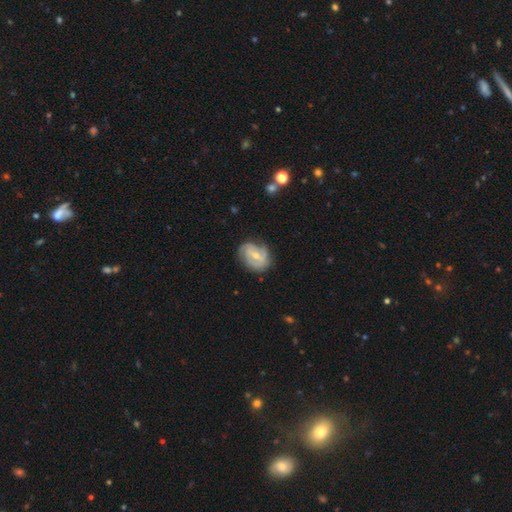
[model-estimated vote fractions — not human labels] Smooth or featured? Predicted: featured or disk (p=0.77). Edge-on disk? Predicted: no (p=0.97). Bar? Predicted: weak (p=0.50). Spiral arms? Predicted: yes (p=0.90). Spiral winding? Predicted: tight (p=0.49). Spiral arm count? Predicted: 2 (p=0.44). Bulge size? Predicted: moderate (p=0.50). Merging? Predicted: none (p=0.66).